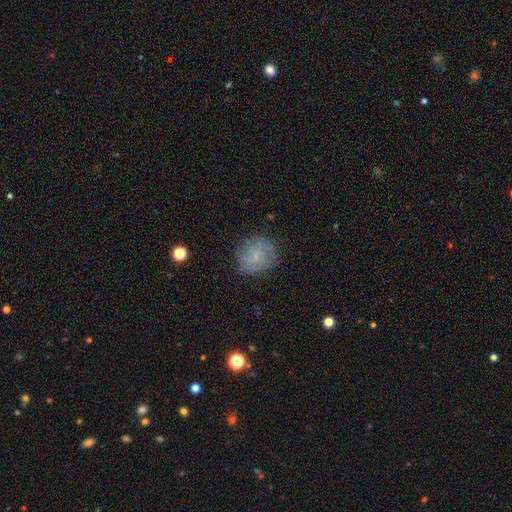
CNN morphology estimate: Smooth or featured: smooth — 70% (featured or disk — 19%)
How rounded: round — 77% (in between — 22%)
Merging: none — 80% (minor disturbance — 14%)